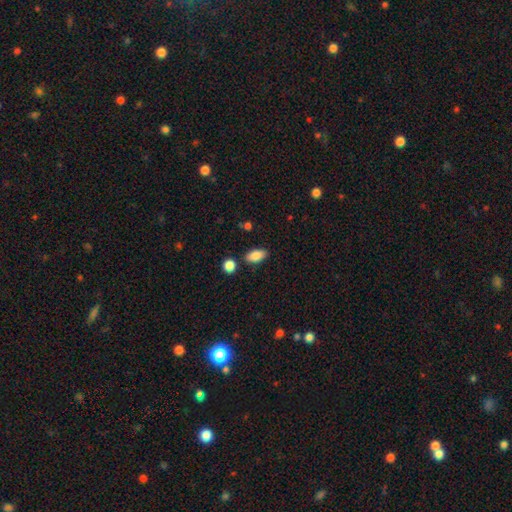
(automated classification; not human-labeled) Smooth or featured? smooth (87%)
How rounded? in between (91%)
Merging? none (82%)